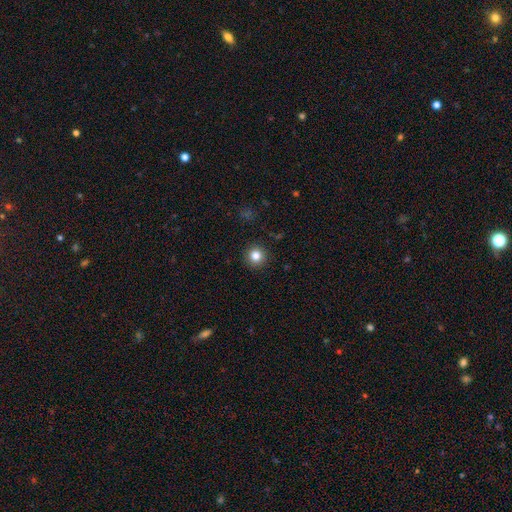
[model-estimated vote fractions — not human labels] Overall: smooth (83%). How rounded: round (95%). Merging: none (92%).